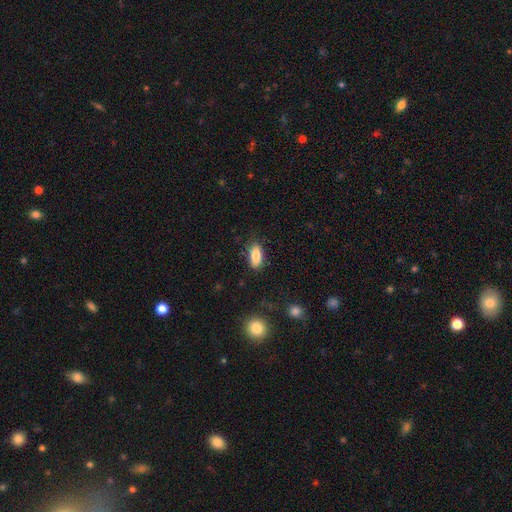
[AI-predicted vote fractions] Q: Smooth or featured?
A: smooth (85%); runner-up: featured or disk (8%)
Q: How rounded?
A: in between (86%); runner-up: cigar-shaped (11%)
Q: Merging?
A: none (82%); runner-up: minor disturbance (13%)